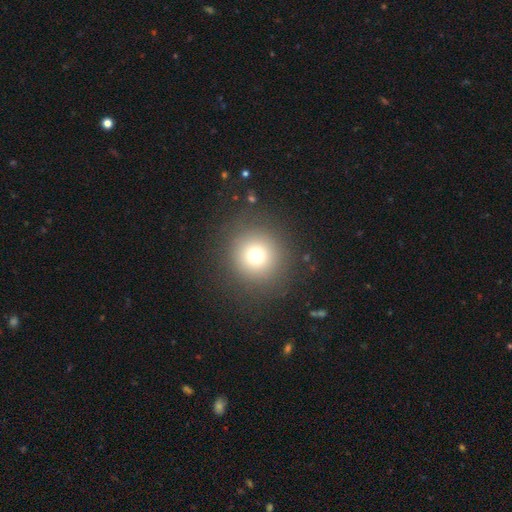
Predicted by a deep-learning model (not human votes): Q: Smooth or featured?
A: smooth (72%); runner-up: star or artifact (17%)
Q: How rounded?
A: round (94%); runner-up: in between (5%)
Q: Merging?
A: none (86%); runner-up: minor disturbance (7%)